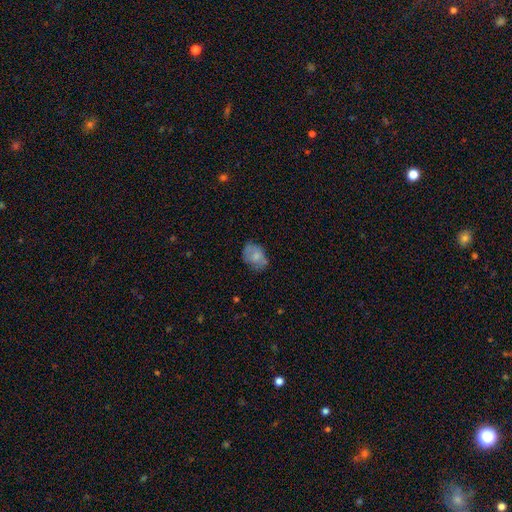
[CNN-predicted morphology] Overall: smooth (69%). How rounded: in between (72%). Merging: none (59%; minor disturbance 28%).